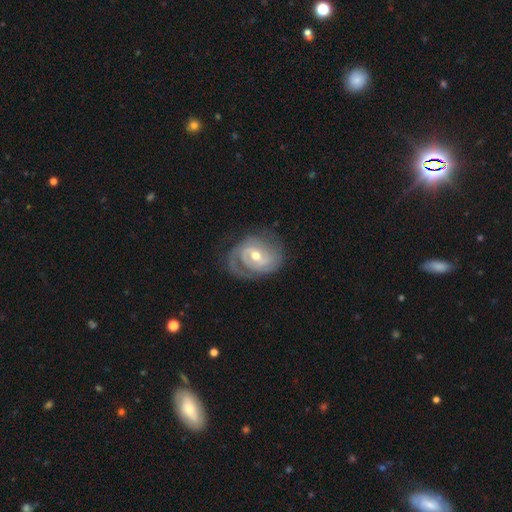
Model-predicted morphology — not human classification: Smooth or featured? Predicted: featured or disk (p=0.85). Edge-on disk? Predicted: no (p=0.97). Bar? Predicted: weak (p=0.49). Spiral arms? Predicted: yes (p=0.93). Spiral winding? Predicted: tight (p=0.58). Spiral arm count? Predicted: 2 (p=0.56). Bulge size? Predicted: moderate (p=0.65). Merging? Predicted: none (p=0.67).